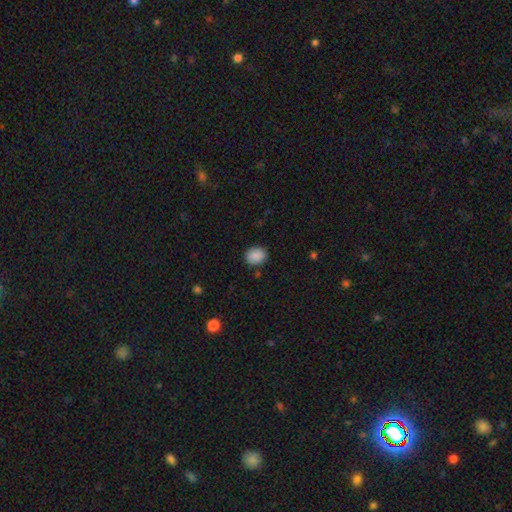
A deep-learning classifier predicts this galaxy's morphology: Smooth or featured? Predicted: smooth (p=0.89). How rounded? Predicted: round (p=0.51). Merging? Predicted: none (p=0.87).